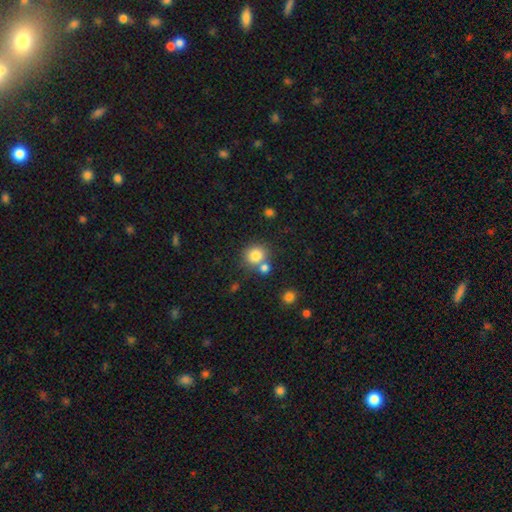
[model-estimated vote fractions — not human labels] smooth-or-featured: smooth: 81% | star or artifact: 11% | featured or disk: 7%
  how-rounded: round: 85% | in between: 14% | cigar-shaped: 1%
  merging: none: 65% | merger: 24% | minor disturbance: 9% | major disturbance: 3%